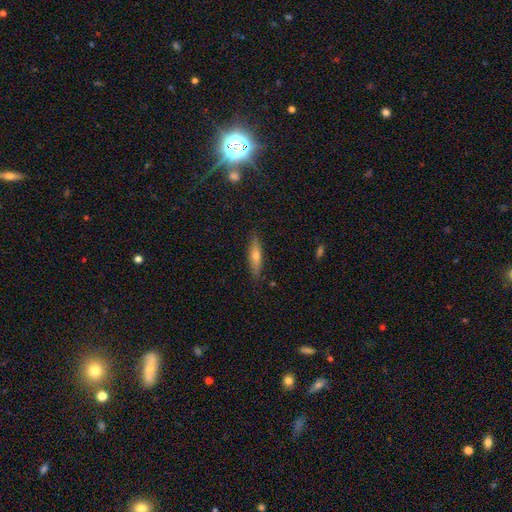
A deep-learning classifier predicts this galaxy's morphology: Smooth or featured? Predicted: featured or disk (p=0.46). Merging? Predicted: none (p=0.87).